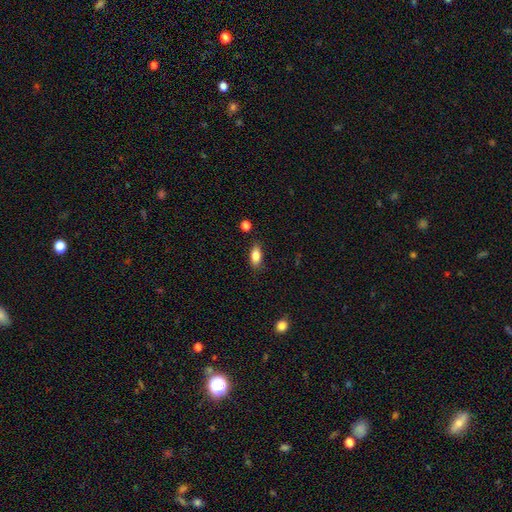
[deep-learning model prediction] smooth 84%, star or artifact 8%, featured or disk 8%. Down the decision tree: how rounded — in between (85%); merging — none (82%).